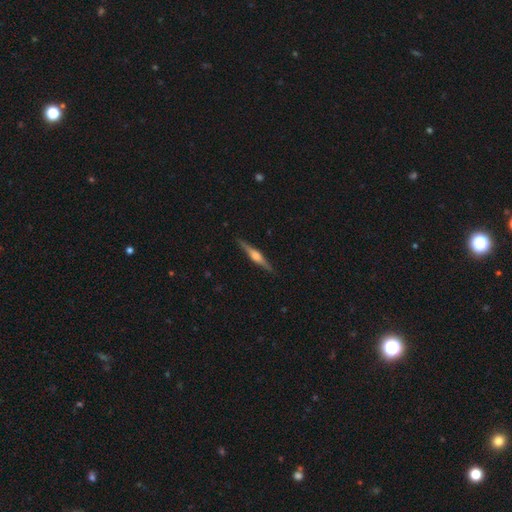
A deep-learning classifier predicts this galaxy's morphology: Smooth or featured? Predicted: featured or disk (p=0.75). Edge-on disk? Predicted: yes (p=0.98). Edge-on bulge? Predicted: rounded (p=0.83). Merging? Predicted: none (p=0.90).